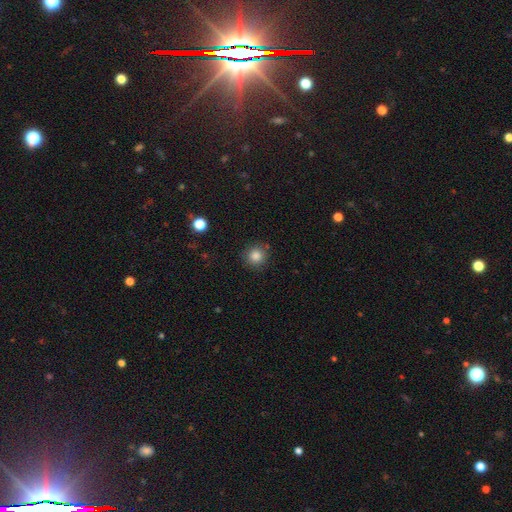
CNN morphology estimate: Smooth or featured: smooth — 84% (star or artifact — 11%)
How rounded: round — 93% (in between — 6%)
Merging: none — 87% (minor disturbance — 9%)